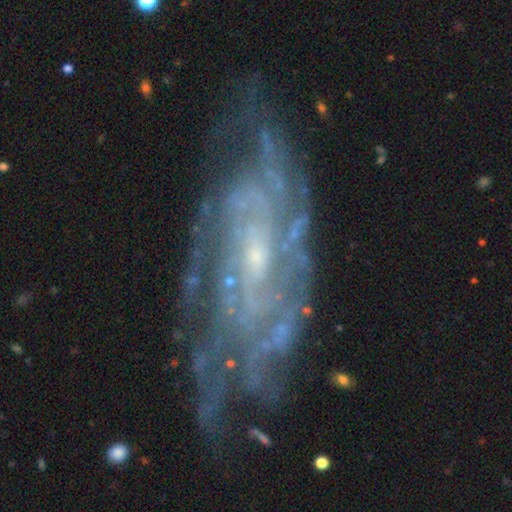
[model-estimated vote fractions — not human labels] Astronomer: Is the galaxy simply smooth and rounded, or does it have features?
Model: featured or disk — 86%.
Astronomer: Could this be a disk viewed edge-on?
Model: no — 93%.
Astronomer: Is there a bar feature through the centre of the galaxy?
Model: no — 45% (runner-up: weak, 41%).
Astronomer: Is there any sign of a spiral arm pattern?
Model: yes — 96%.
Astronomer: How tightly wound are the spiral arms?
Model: tight — 67%.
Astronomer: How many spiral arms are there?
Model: can't tell — 40% (runner-up: 4, 15%).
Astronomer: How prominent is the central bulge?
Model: small — 76%.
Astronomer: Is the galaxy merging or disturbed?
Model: none — 75%.